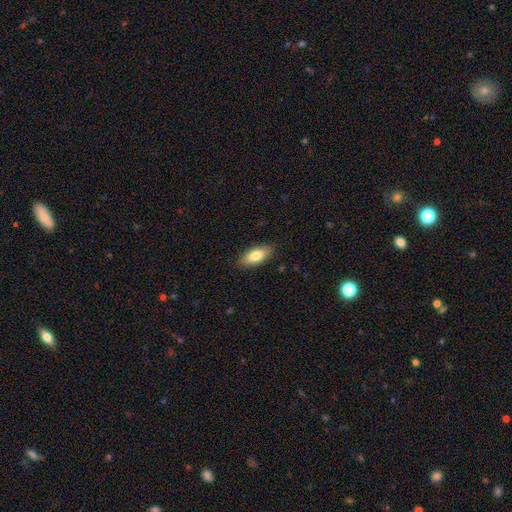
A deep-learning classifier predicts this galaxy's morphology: A smooth galaxy with no disk features (78%) that is in between round and cigar-shaped (83%). Merging: none (87%).